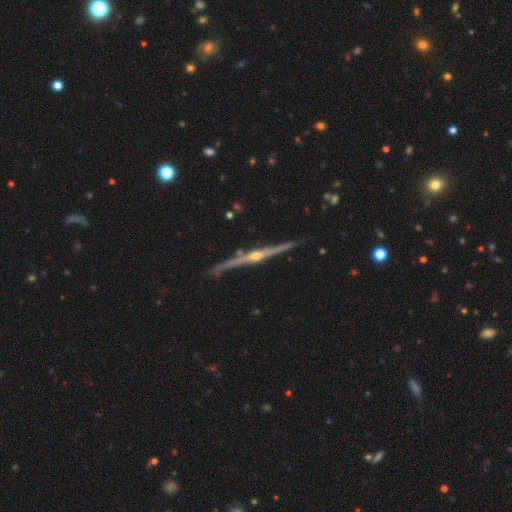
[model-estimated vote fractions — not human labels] Smooth or featured?
  - featured or disk: 83% *
  - smooth: 9%
  - star or artifact: 7%
Edge-on disk?
  - yes: 97% *
  - no: 3%
Edge-on bulge?
  - rounded: 88% *
  - none: 7%
  - boxy: 5%
Merging?
  - none: 85% *
  - minor disturbance: 10%
  - major disturbance: 3%
  - merger: 2%